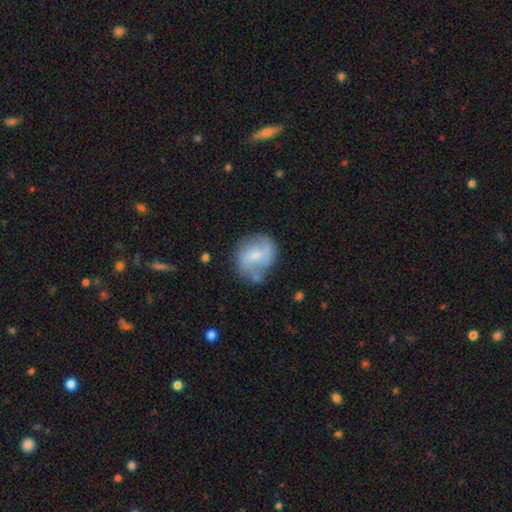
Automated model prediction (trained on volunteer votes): Smooth or featured? Predicted: featured or disk (p=0.58). Edge-on disk? Predicted: no (p=0.97). Bar? Predicted: weak (p=0.48). Spiral arms? Predicted: yes (p=0.81). Bulge size? Predicted: small (p=0.58). Merging? Predicted: none (p=0.64).